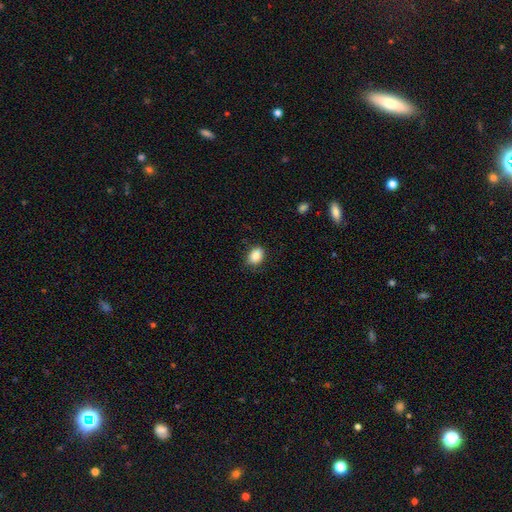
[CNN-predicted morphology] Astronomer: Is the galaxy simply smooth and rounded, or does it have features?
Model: smooth — 86%.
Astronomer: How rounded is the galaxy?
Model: in between — 69%.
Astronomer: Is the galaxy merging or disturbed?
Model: none — 81%.